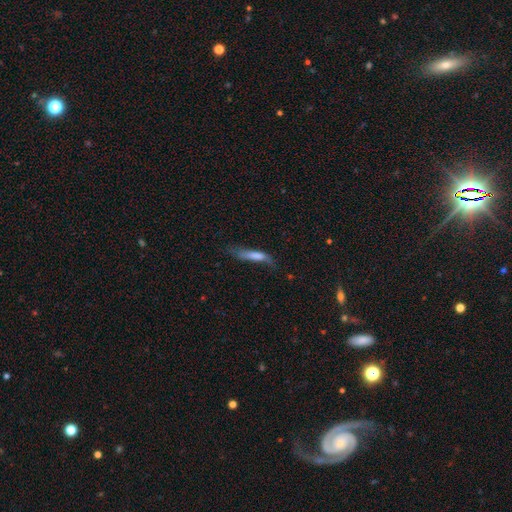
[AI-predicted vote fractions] smooth-or-featured: smooth: 69% | featured or disk: 23% | star or artifact: 8%
  how-rounded: cigar-shaped: 76% | in between: 22% | round: 2%
  merging: none: 38% | minor disturbance: 31% | major disturbance: 26% | merger: 4%